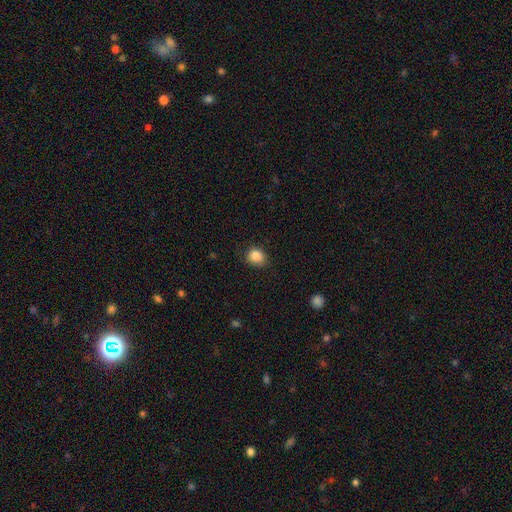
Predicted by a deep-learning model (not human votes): smooth-or-featured: smooth: 87% | star or artifact: 9% | featured or disk: 4%
  how-rounded: round: 63% | in between: 36% | cigar-shaped: 1%
  merging: none: 78% | minor disturbance: 17% | major disturbance: 4% | merger: 1%